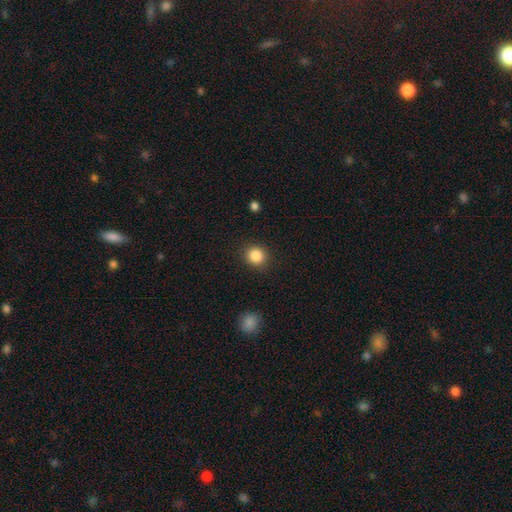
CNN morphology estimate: A smooth galaxy with no disk features (86%) that is round (87%). Merging: none (89%).